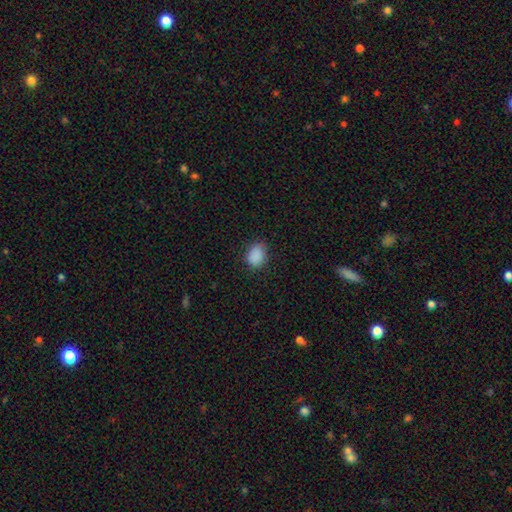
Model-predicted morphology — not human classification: smooth_or_featured: smooth (p=0.88) [alt: star or artifact p=0.09]
how_rounded: in between (p=0.66) [alt: round p=0.33]
merging: none (p=0.81) [alt: minor disturbance p=0.15]